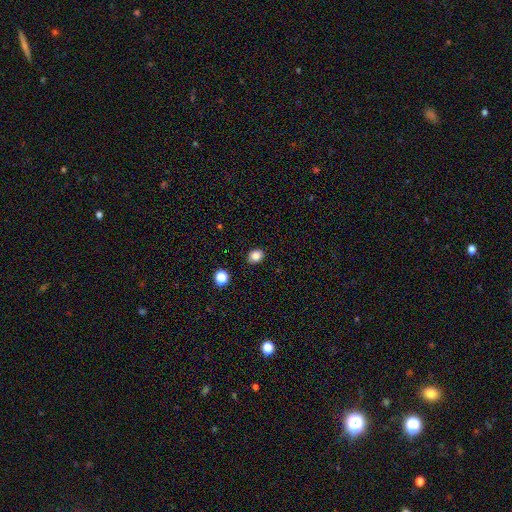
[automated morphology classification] smooth_or_featured: smooth (p=0.84) [alt: star or artifact p=0.11]
how_rounded: round (p=0.53) [alt: in between p=0.46]
merging: none (p=0.88) [alt: minor disturbance p=0.08]